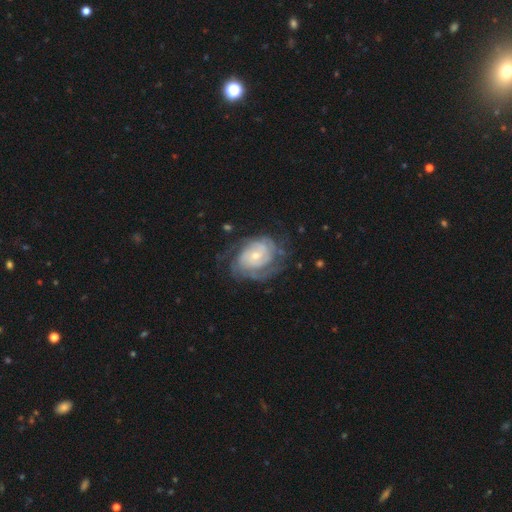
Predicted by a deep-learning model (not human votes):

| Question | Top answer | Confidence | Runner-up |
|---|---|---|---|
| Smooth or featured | featured or disk | 81% | smooth (13%) |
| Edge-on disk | no | 97% | yes (3%) |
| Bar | no | 70% | weak (25%) |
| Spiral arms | yes | 92% | no (8%) |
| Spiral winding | tight | 66% | medium (26%) |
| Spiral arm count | can't tell | 41% | 2 (25%) |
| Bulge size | small | 59% | moderate (36%) |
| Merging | none | 63% | minor disturbance (21%) |